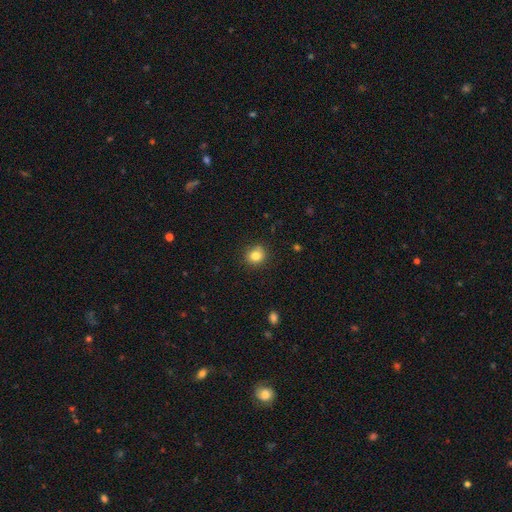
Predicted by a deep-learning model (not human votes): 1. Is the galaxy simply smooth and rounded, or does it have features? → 83% smooth, 11% star or artifact, 6% featured or disk.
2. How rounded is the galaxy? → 80% round, 19% in between, 1% cigar-shaped.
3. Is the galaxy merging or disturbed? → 83% none, 12% minor disturbance, 3% major disturbance, 2% merger.